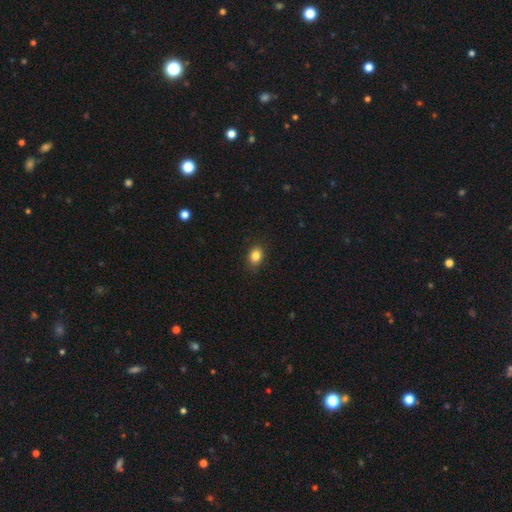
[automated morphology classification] A smooth galaxy with no disk features (85%) that is in between round and cigar-shaped (60%).

Vote fractions:
- Smooth or featured? smooth: 85% / star or artifact: 10% / featured or disk: 5%
- How rounded? in between: 60% / round: 39% / cigar-shaped: 1%
- Merging? none: 88% / minor disturbance: 9% / major disturbance: 2% / merger: 1%